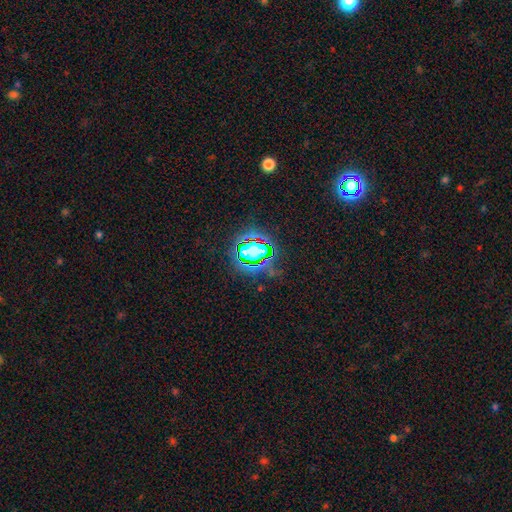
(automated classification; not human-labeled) The model was most divided on "smooth or featured": star or artifact: 75%, smooth: 15%, featured or disk: 10%.